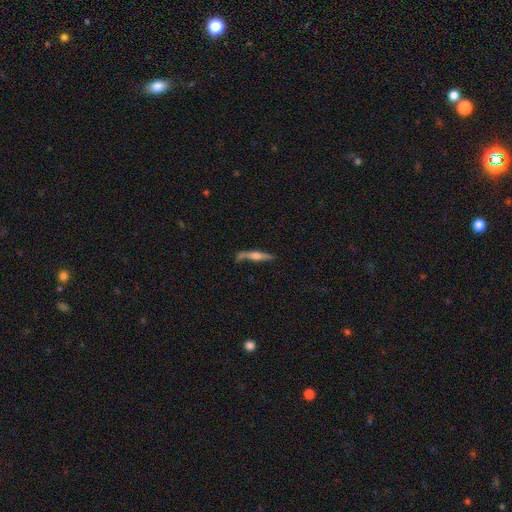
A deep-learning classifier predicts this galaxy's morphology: A featured or disk galaxy (62%) viewed edge-on (95%) with a rounded central bulge (79%).

Vote fractions:
- Smooth or featured? featured or disk: 62% / smooth: 31% / star or artifact: 7%
- Edge-on disk? yes: 95% / no: 5%
- Edge-on bulge? rounded: 79% / boxy: 12% / none: 8%
- Merging? none: 68% / minor disturbance: 18% / merger: 8% / major disturbance: 6%